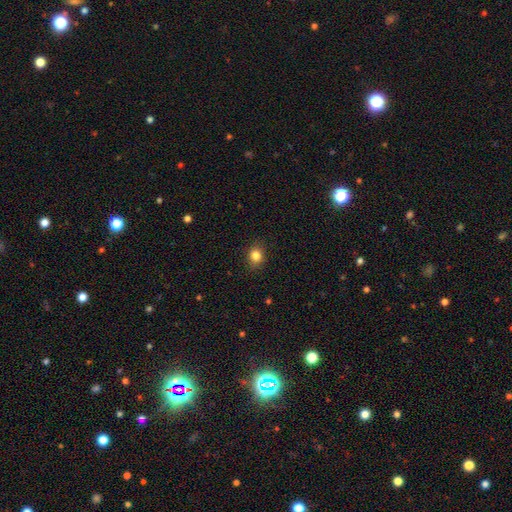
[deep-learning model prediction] Smooth or featured?
  - smooth: 83% *
  - star or artifact: 12%
  - featured or disk: 6%
How rounded?
  - round: 64% *
  - in between: 35%
  - cigar-shaped: 1%
Merging?
  - none: 87% *
  - minor disturbance: 9%
  - major disturbance: 2%
  - merger: 1%